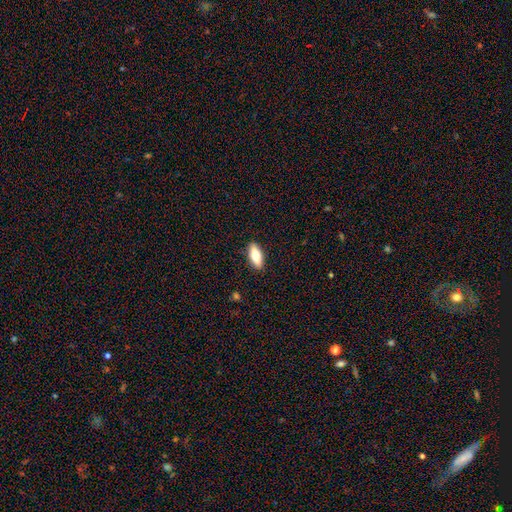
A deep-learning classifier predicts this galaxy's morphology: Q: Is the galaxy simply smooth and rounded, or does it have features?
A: smooth — 69%.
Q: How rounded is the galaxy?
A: in between — 74%.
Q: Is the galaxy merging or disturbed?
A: none — 90%.